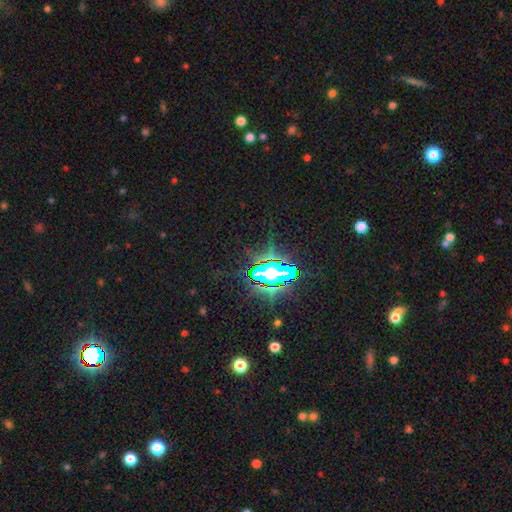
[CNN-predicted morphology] Smooth or featured? star or artifact (82%)